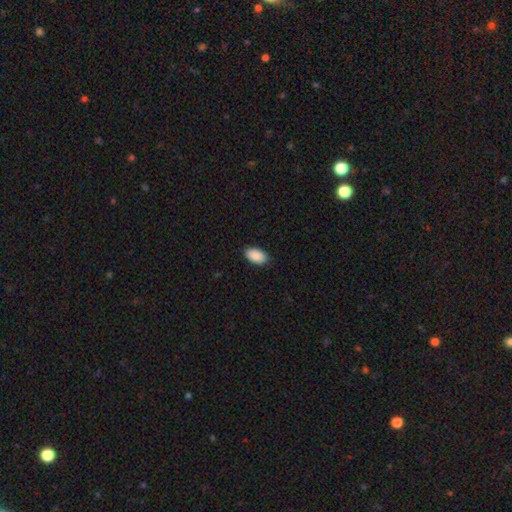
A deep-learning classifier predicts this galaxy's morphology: smooth-or-featured: smooth: 91% | star or artifact: 6% | featured or disk: 3%
  how-rounded: in between: 95% | round: 3% | cigar-shaped: 2%
  merging: none: 89% | minor disturbance: 9% | major disturbance: 2% | merger: 1%